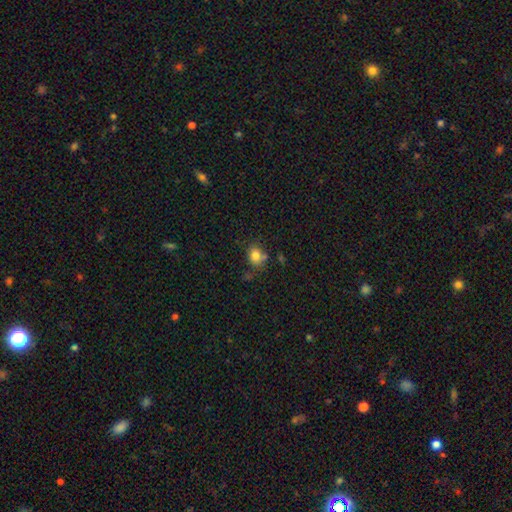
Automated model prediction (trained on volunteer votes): Smooth or featured? Predicted: smooth (p=0.81). How rounded? Predicted: round (p=0.60). Merging? Predicted: none (p=0.64).